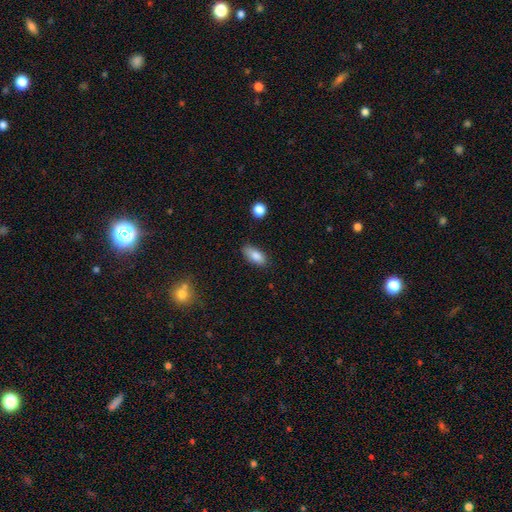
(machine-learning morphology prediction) smooth_or_featured: smooth (p=0.85) [alt: featured or disk p=0.08]
how_rounded: in between (p=0.84) [alt: cigar-shaped p=0.13]
merging: none (p=0.80) [alt: minor disturbance p=0.15]